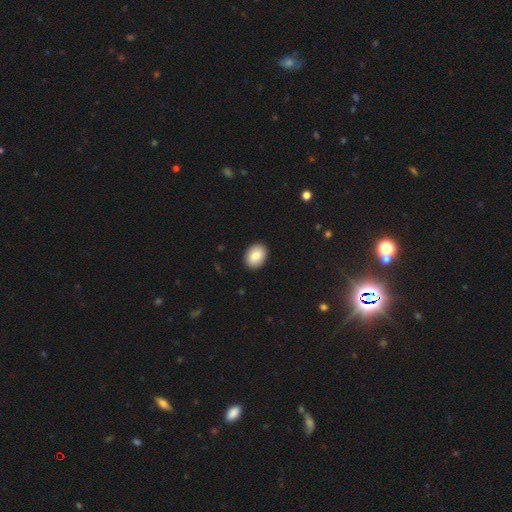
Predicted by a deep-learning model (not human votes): This appears to be a smooth galaxy with no disk features (85%) that is in between round and cigar-shaped (70%). Merging: none (91%).